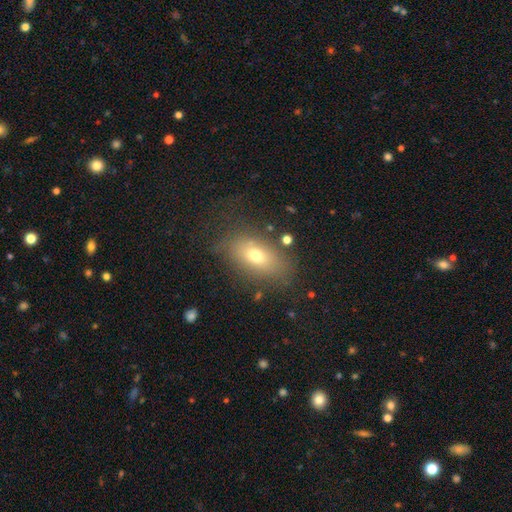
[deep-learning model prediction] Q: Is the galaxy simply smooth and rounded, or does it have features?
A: smooth — 67%.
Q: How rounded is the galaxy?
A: in between — 83%.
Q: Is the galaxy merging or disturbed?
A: none — 73%.